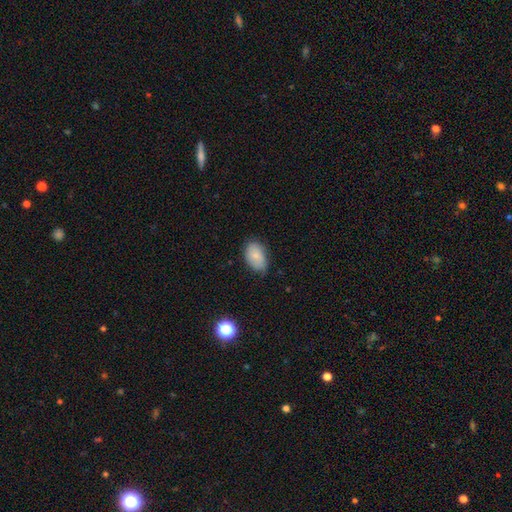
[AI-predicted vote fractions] smooth_or_featured: smooth (p=0.78) [alt: featured or disk p=0.14]
how_rounded: in between (p=0.89) [alt: round p=0.10]
merging: none (p=0.66) [alt: minor disturbance p=0.28]